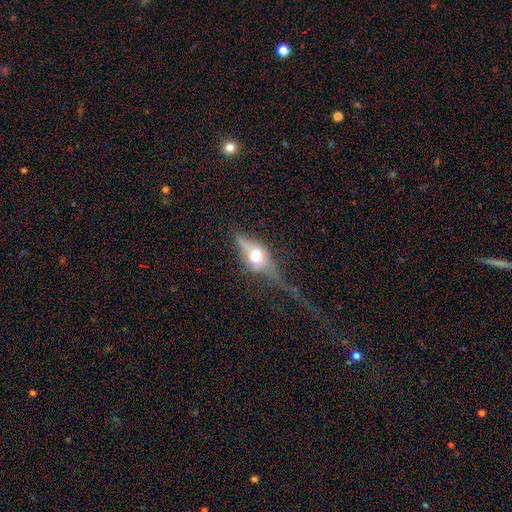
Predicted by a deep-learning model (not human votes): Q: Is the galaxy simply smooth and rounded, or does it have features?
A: featured or disk — 47%.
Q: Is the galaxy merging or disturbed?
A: major disturbance — 35%, tied with none.